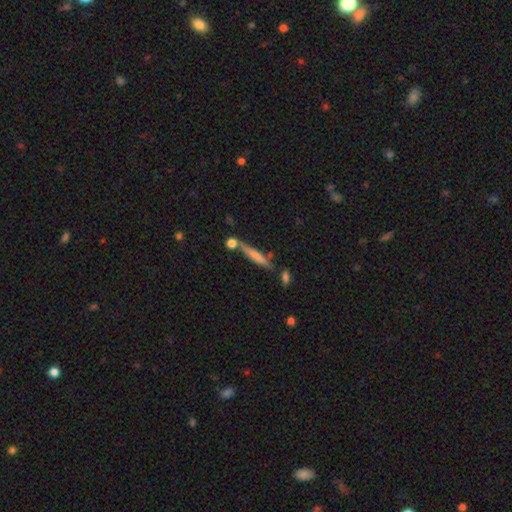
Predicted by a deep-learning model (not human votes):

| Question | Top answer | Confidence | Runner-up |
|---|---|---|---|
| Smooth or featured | smooth | 59% | featured or disk (34%) |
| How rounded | cigar-shaped | 90% | in between (8%) |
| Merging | none | 64% | minor disturbance (16%) |